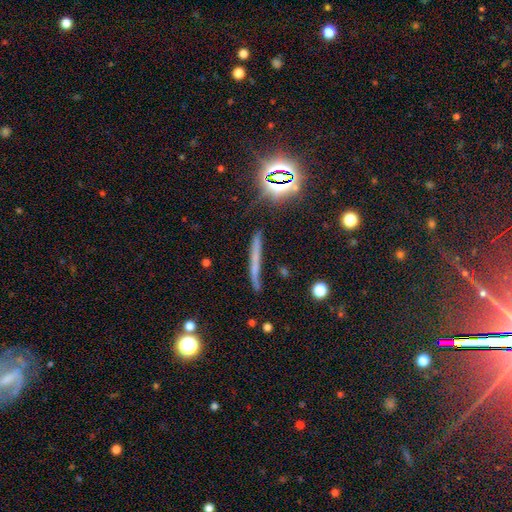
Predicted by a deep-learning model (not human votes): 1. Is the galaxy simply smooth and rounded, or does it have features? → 46% smooth, 31% featured or disk, 23% star or artifact.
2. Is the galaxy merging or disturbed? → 81% none, 13% minor disturbance, 3% major disturbance, 3% merger.